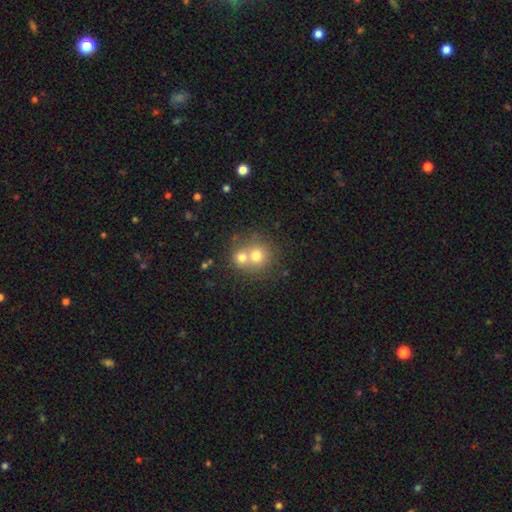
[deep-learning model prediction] Smooth or featured: smooth — 67% (featured or disk — 19%)
How rounded: round — 85% (in between — 14%)
Merging: merger — 53% (none — 39%)